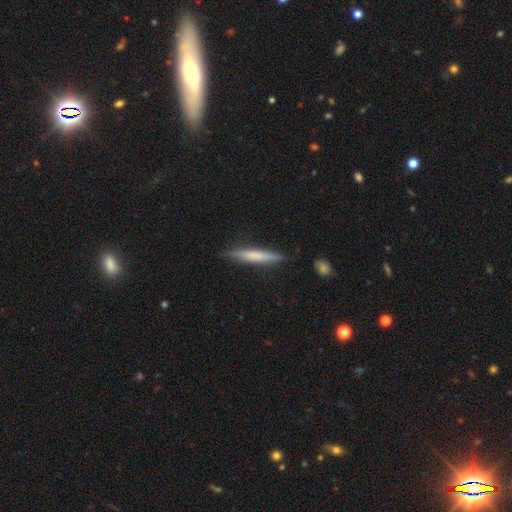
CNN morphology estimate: This appears to be a smooth galaxy with no disk features (63%) that is cigar-shaped (93%). Merging: none (86%).